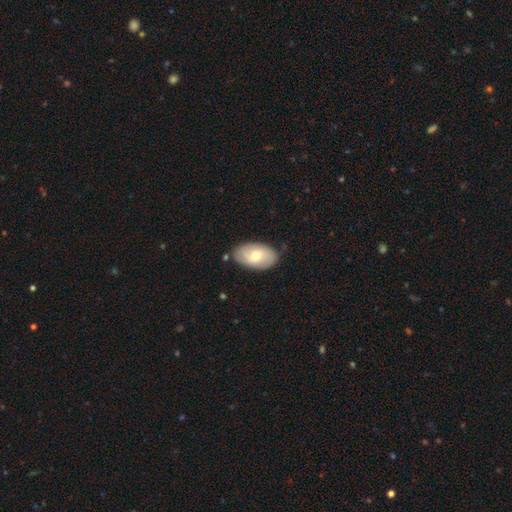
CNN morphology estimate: A smooth galaxy with no disk features (62%) that is in between round and cigar-shaped (93%). Merging: none (79%).